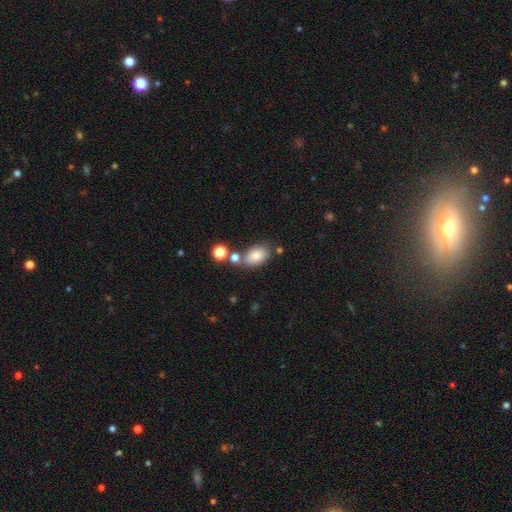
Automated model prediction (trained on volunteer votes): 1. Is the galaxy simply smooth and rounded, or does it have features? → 81% smooth, 10% featured or disk, 9% star or artifact.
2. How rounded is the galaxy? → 88% in between, 10% round, 2% cigar-shaped.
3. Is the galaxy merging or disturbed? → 63% none, 17% merger, 15% minor disturbance, 5% major disturbance.